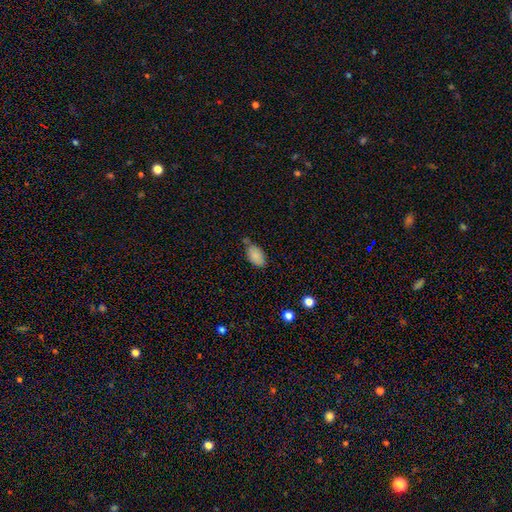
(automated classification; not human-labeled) smooth 84%, star or artifact 8%, featured or disk 8%. Down the decision tree: how rounded — in between (93%); merging — none (55%).